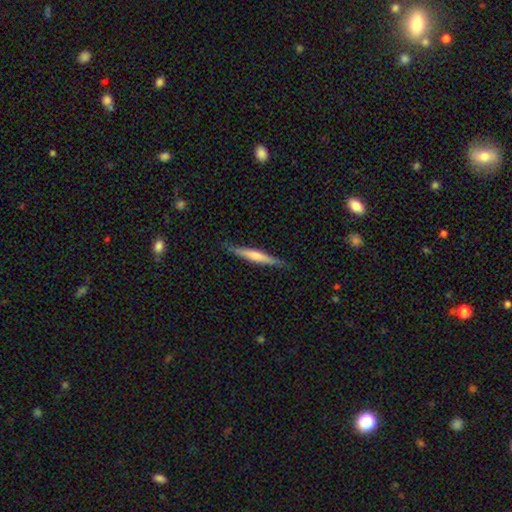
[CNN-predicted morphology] The model was most divided on "smooth or featured": smooth: 53%, featured or disk: 42%, star or artifact: 5%. More confident: how rounded — cigar-shaped (94%); merging — none (86%).